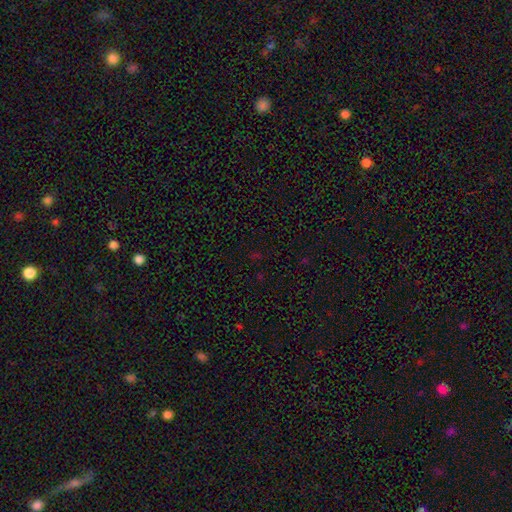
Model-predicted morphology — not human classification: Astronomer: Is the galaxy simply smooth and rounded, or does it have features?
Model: star or artifact — 66%.